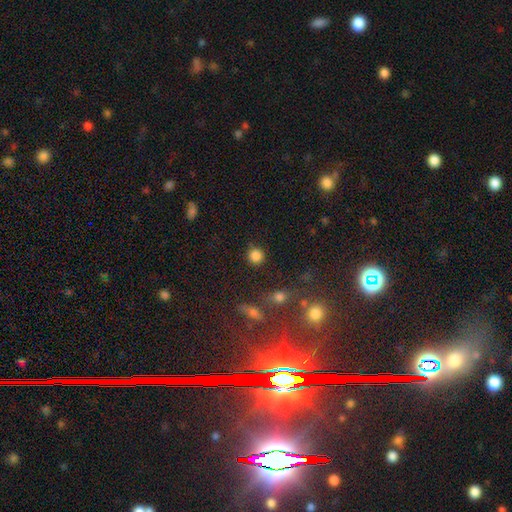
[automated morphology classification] A smooth galaxy with no disk features (83%) that is round (93%). Merging: none (85%).